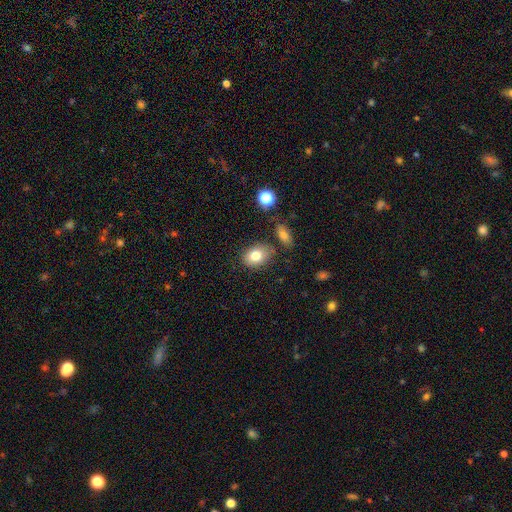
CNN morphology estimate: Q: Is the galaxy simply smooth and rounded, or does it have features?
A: smooth — 79%.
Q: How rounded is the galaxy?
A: in between — 64%.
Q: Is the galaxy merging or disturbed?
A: none — 77%.